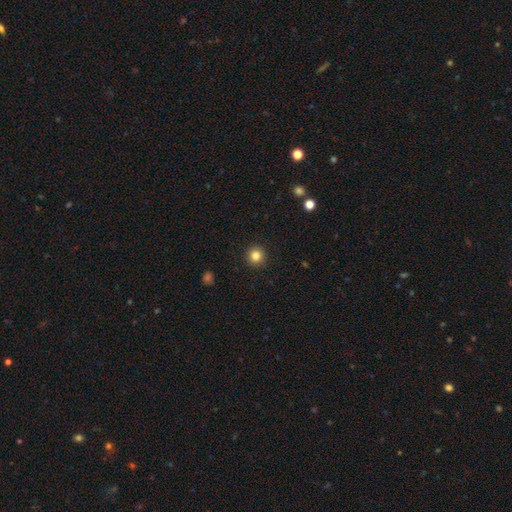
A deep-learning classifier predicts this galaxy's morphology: Smooth or featured? smooth (84%)
How rounded? round (95%)
Merging? none (92%)